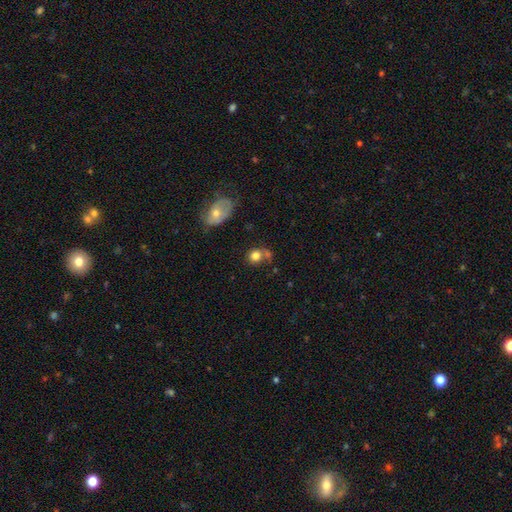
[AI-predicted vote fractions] Smooth or featured?
  - smooth: 79% *
  - featured or disk: 11%
  - star or artifact: 10%
How rounded?
  - round: 74% *
  - in between: 25%
  - cigar-shaped: 1%
Merging?
  - none: 51% *
  - merger: 28%
  - minor disturbance: 15%
  - major disturbance: 7%